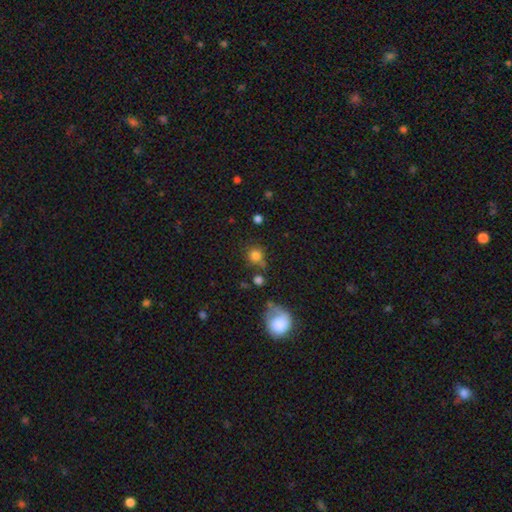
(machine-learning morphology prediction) Smooth or featured: smooth — 79% (star or artifact — 13%)
How rounded: round — 85% (in between — 14%)
Merging: none — 62% (minor disturbance — 17%)